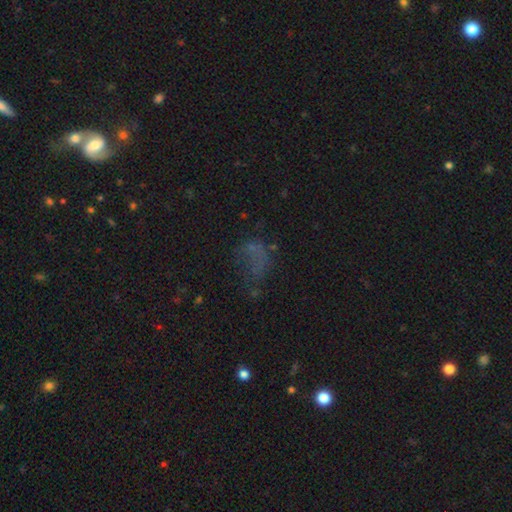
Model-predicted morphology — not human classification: Smooth or featured?
  - smooth: 38% *
  - star or artifact: 34%
  - featured or disk: 28%
Merging?
  - none: 39% *
  - major disturbance: 38%
  - minor disturbance: 17%
  - merger: 6%